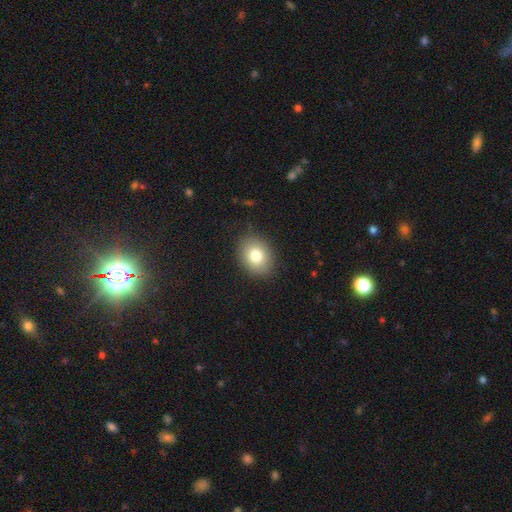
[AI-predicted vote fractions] Q: Smooth or featured?
A: smooth (80%); runner-up: featured or disk (10%)
Q: How rounded?
A: in between (54%); runner-up: round (46%)
Q: Merging?
A: none (87%); runner-up: minor disturbance (9%)